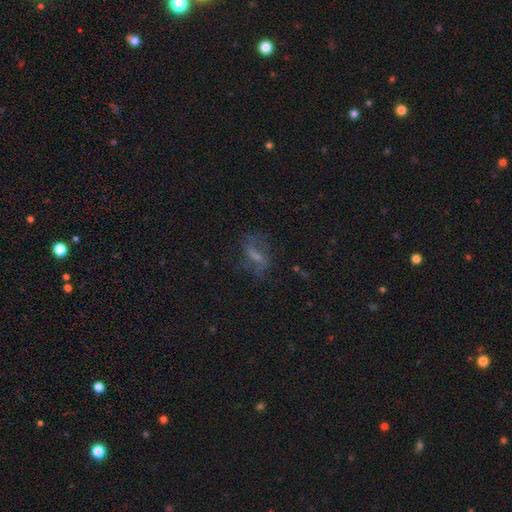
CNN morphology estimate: Smooth or featured? featured or disk (47%)
Merging? none (59%)